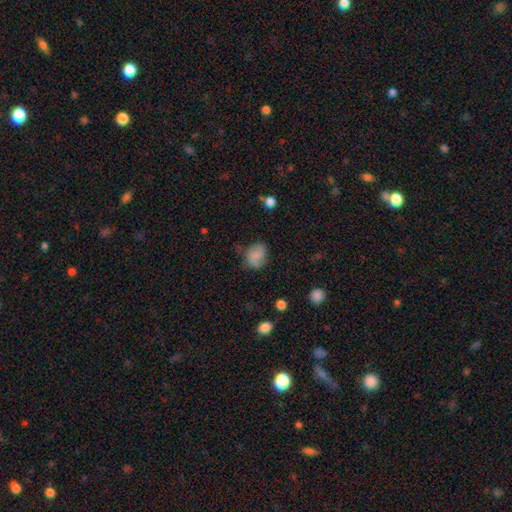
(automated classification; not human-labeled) A smooth galaxy with no disk features (73%) that is in between round and cigar-shaped (57%).

Vote fractions:
- Smooth or featured? smooth: 73% / featured or disk: 17% / star or artifact: 10%
- How rounded? in between: 57% / round: 42% / cigar-shaped: 1%
- Merging? none: 56% / minor disturbance: 29% / major disturbance: 11% / merger: 3%